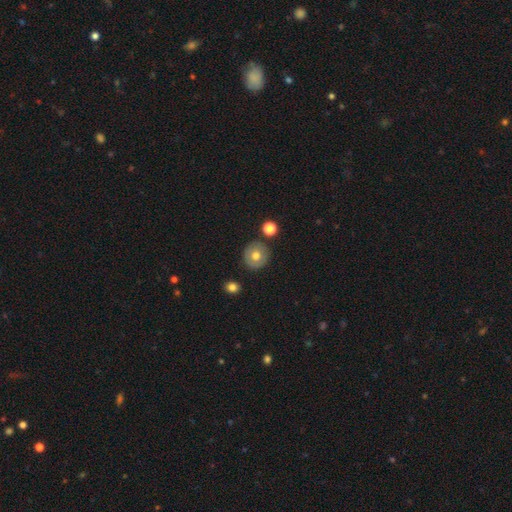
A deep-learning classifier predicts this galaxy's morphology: A smooth galaxy with no disk features (67%) that is round (91%).

Vote fractions:
- Smooth or featured? smooth: 67% / featured or disk: 24% / star or artifact: 9%
- How rounded? round: 91% / in between: 8% / cigar-shaped: 1%
- Merging? none: 86% / minor disturbance: 8% / merger: 4% / major disturbance: 2%